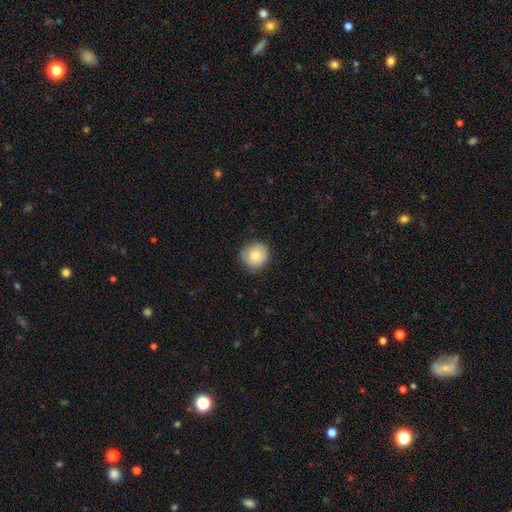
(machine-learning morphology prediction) Smooth or featured?
  - smooth: 74% *
  - featured or disk: 19%
  - star or artifact: 7%
How rounded?
  - round: 88% *
  - in between: 11%
  - cigar-shaped: 1%
Merging?
  - none: 78% *
  - minor disturbance: 18%
  - major disturbance: 3%
  - merger: 1%